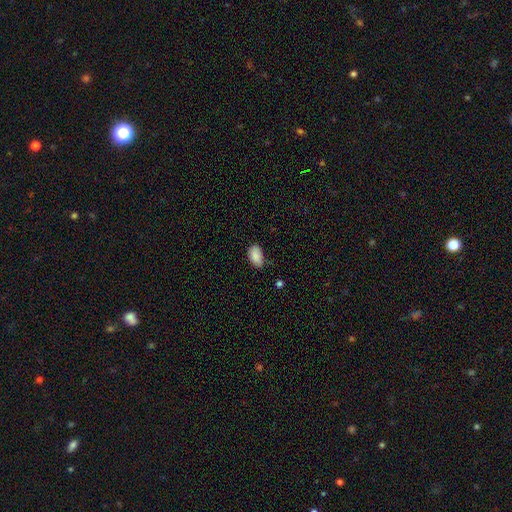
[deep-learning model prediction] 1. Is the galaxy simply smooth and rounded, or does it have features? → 89% smooth, 7% star or artifact, 4% featured or disk.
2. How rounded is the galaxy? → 93% in between, 6% round, 1% cigar-shaped.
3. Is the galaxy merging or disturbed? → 67% none, 27% minor disturbance, 4% major disturbance, 2% merger.